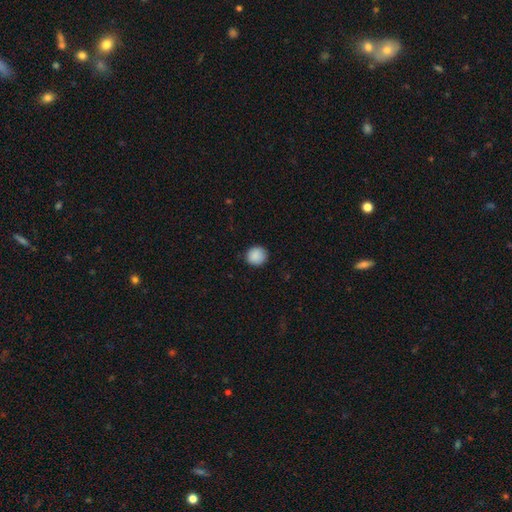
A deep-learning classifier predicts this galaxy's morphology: This is clearly a smooth galaxy (89%). How rounded: clearly round (90%). Merging: clearly none (89%).